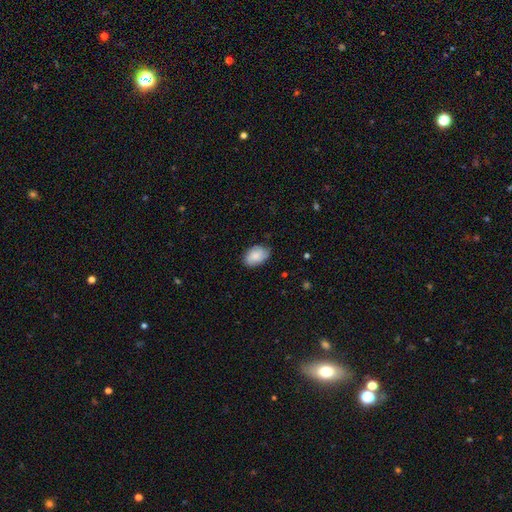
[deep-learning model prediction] Q: Smooth or featured?
A: smooth (74%); runner-up: featured or disk (19%)
Q: How rounded?
A: in between (84%); runner-up: round (14%)
Q: Merging?
A: none (73%); runner-up: minor disturbance (22%)